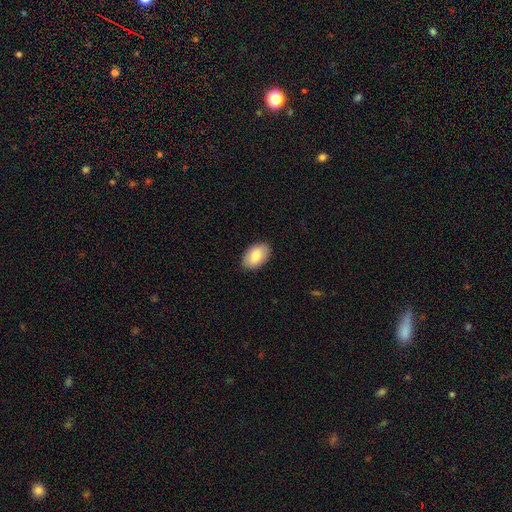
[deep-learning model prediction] Morphology: type=smooth (83%); roundness=in between (93%); merging=none (88%).